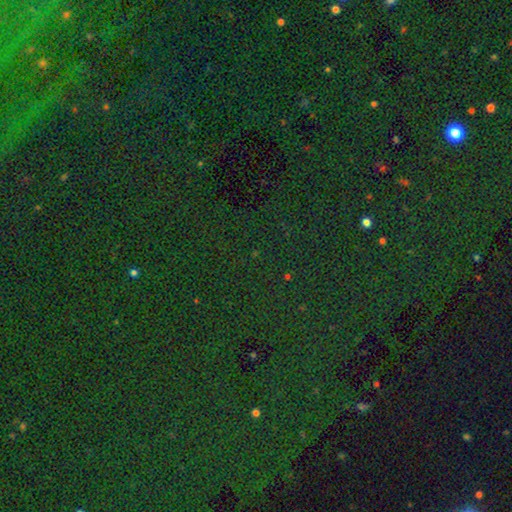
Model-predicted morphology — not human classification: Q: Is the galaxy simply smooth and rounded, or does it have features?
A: star or artifact — 81%.